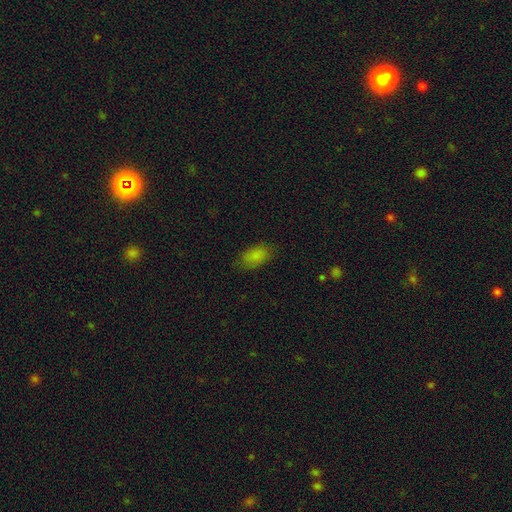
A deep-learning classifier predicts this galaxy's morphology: type=smooth (84%); roundness=in between (93%); merging=none (77%).